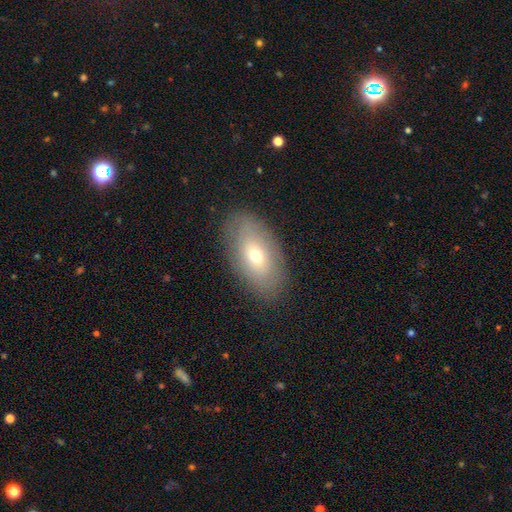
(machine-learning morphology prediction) smooth-or-featured: smooth: 59% | featured or disk: 32% | star or artifact: 9%
  how-rounded: in between: 92% | round: 6% | cigar-shaped: 2%
  merging: none: 84% | minor disturbance: 11% | major disturbance: 4% | merger: 1%